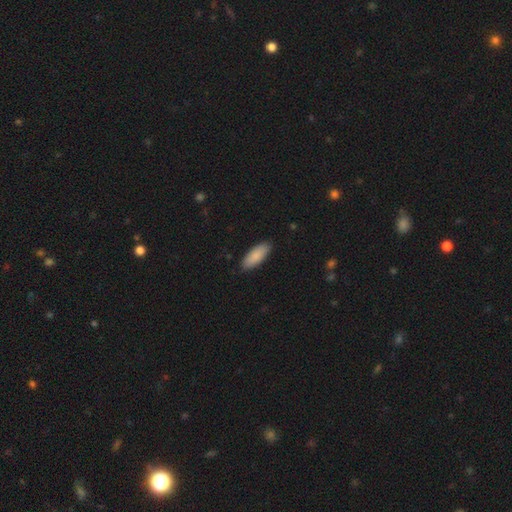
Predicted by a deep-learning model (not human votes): Q: Smooth or featured?
A: smooth (88%); runner-up: featured or disk (7%)
Q: How rounded?
A: in between (74%); runner-up: cigar-shaped (25%)
Q: Merging?
A: none (88%); runner-up: minor disturbance (10%)